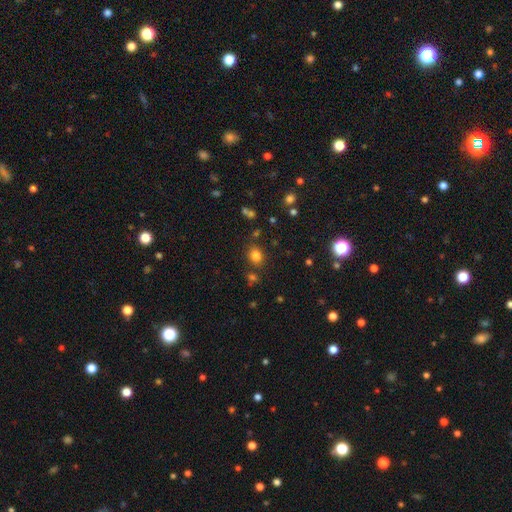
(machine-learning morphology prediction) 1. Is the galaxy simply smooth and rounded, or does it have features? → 79% smooth, 15% star or artifact, 6% featured or disk.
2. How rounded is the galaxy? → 58% round, 41% in between, 1% cigar-shaped.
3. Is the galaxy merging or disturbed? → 79% none, 10% minor disturbance, 7% merger, 4% major disturbance.